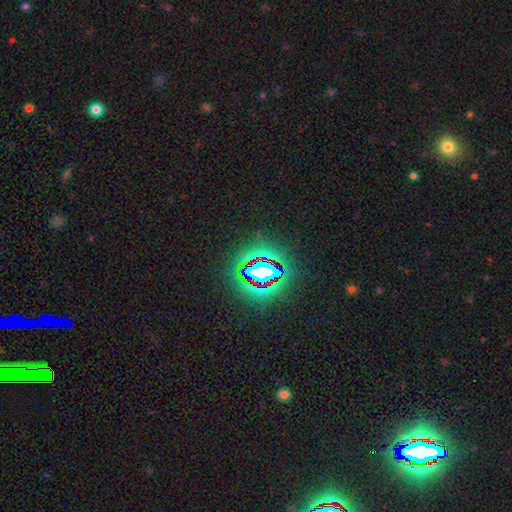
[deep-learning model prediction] Smooth or featured: star or artifact — 83% (smooth — 10%)